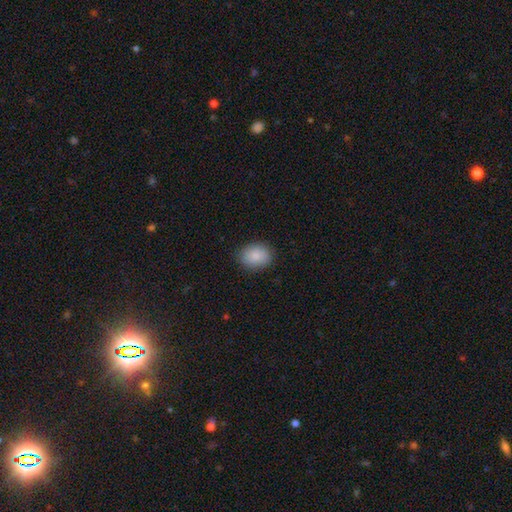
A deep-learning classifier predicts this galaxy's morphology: This is clearly a smooth galaxy (86%). How rounded: possibly in between (59%). Merging: clearly none (85%).